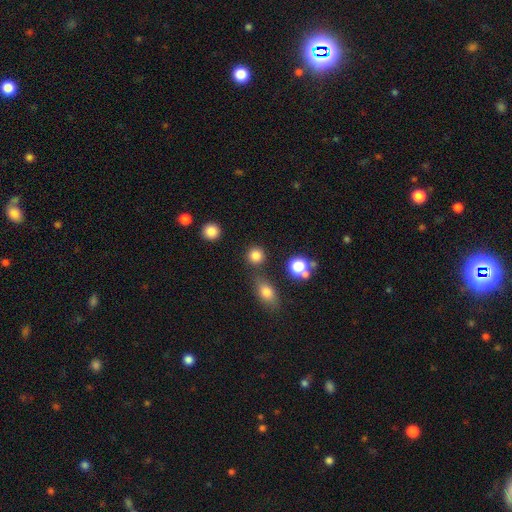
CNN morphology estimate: Smooth or featured? Predicted: smooth (p=0.82). How rounded? Predicted: round (p=0.91). Merging? Predicted: none (p=0.82).